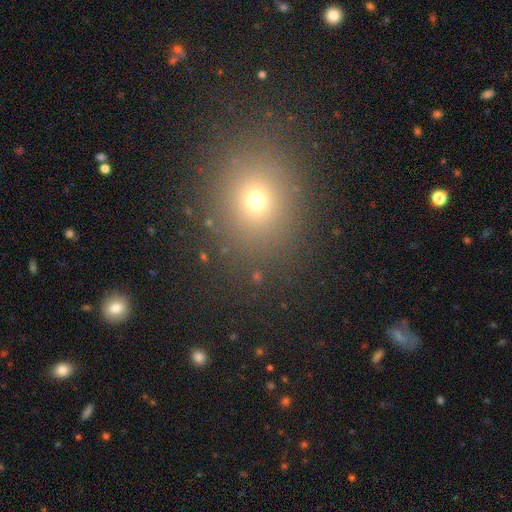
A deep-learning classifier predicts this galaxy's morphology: This appears to be a smooth galaxy with no disk features (65%) that is round (62%). Merging: none (88%).